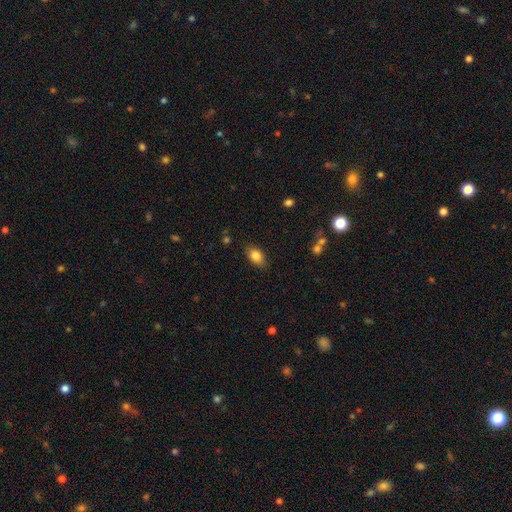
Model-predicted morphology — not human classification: smooth_or_featured: smooth (p=0.83) [alt: star or artifact p=0.09]
how_rounded: in between (p=0.86) [alt: round p=0.12]
merging: none (p=0.83) [alt: minor disturbance p=0.13]